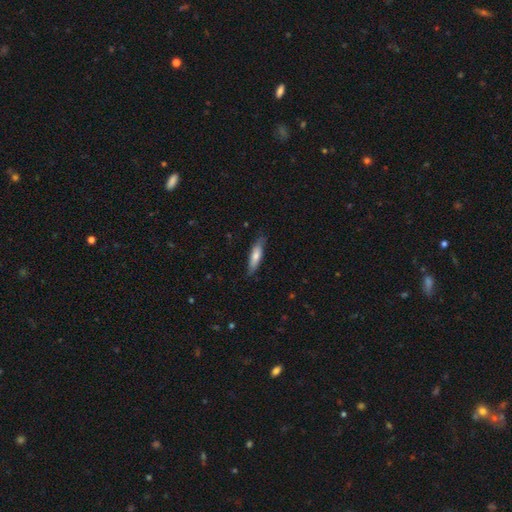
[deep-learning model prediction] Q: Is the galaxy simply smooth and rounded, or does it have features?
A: smooth — 66%.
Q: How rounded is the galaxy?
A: cigar-shaped — 71%.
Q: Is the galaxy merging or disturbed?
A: none — 81%.